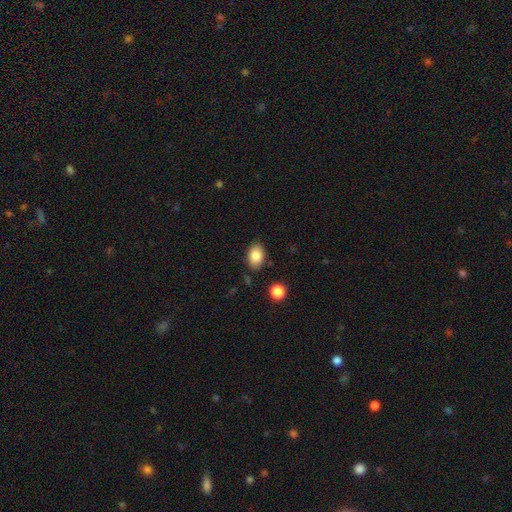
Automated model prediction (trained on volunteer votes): Smooth or featured? smooth (84%)
How rounded? in between (84%)
Merging? none (84%)